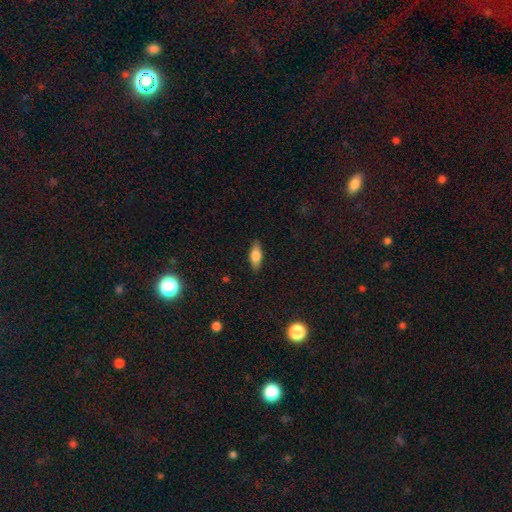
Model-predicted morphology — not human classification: Smooth or featured?
  - smooth: 74% *
  - featured or disk: 19%
  - star or artifact: 7%
How rounded?
  - in between: 77% *
  - cigar-shaped: 20%
  - round: 3%
Merging?
  - none: 86% *
  - minor disturbance: 10%
  - major disturbance: 2%
  - merger: 1%